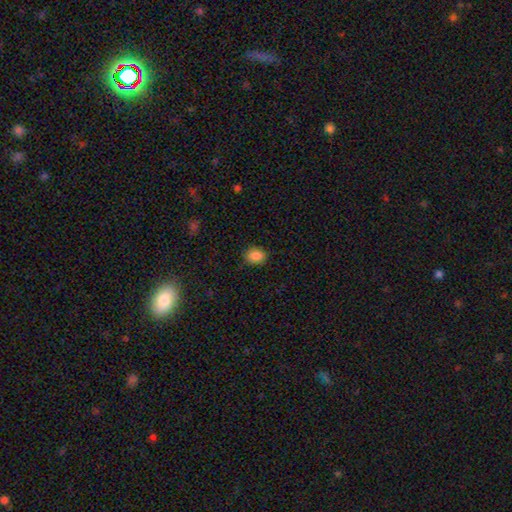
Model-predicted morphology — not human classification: Smooth or featured? Predicted: smooth (p=0.87). How rounded? Predicted: round (p=0.50). Merging? Predicted: none (p=0.84).